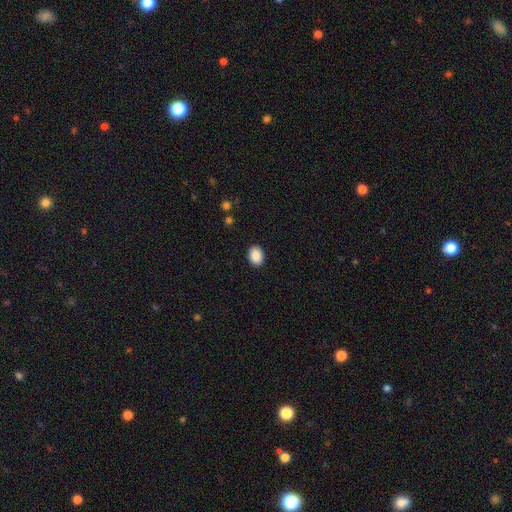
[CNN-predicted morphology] smooth_or_featured: smooth (p=0.90) [alt: star or artifact p=0.08]
how_rounded: in between (p=0.67) [alt: round p=0.32]
merging: none (p=0.91) [alt: minor disturbance p=0.07]